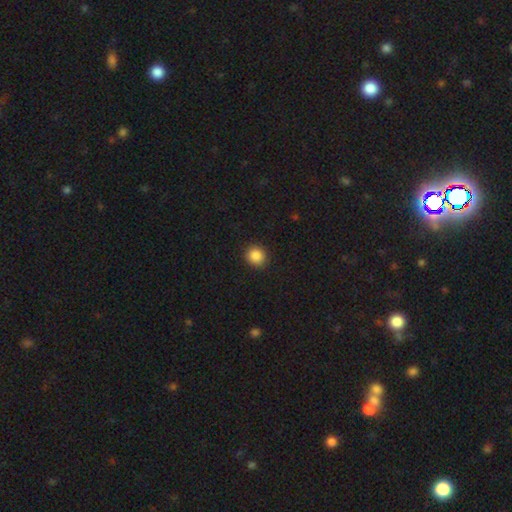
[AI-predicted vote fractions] A smooth galaxy with no disk features (87%) that is round (87%).

Vote fractions:
- Smooth or featured? smooth: 87% / star or artifact: 10% / featured or disk: 3%
- How rounded? round: 87% / in between: 12% / cigar-shaped: 1%
- Merging? none: 92% / minor disturbance: 6% / major disturbance: 2% / merger: 1%